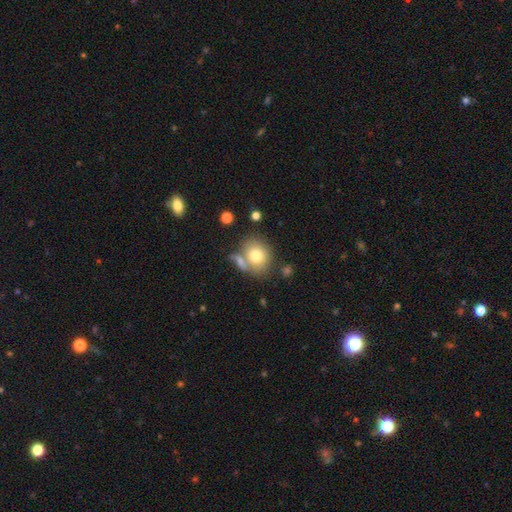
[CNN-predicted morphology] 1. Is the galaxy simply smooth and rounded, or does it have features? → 75% smooth, 16% featured or disk, 10% star or artifact.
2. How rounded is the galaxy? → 72% round, 27% in between, 1% cigar-shaped.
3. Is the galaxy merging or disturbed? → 57% none, 24% merger, 14% minor disturbance, 5% major disturbance.